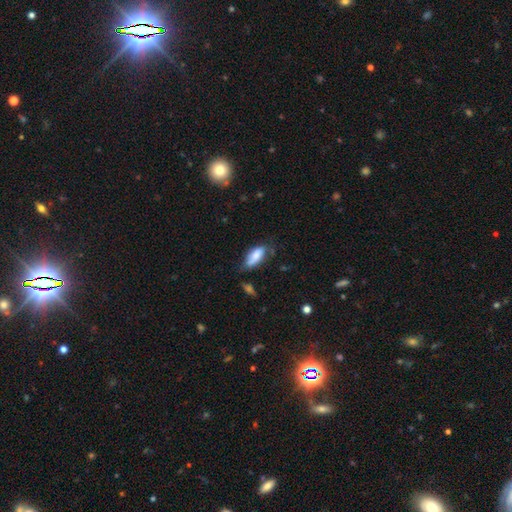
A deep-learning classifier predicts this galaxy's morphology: This appears to be a smooth galaxy with no disk features (74%) that is in between round and cigar-shaped (82%). Merging: none (48%).